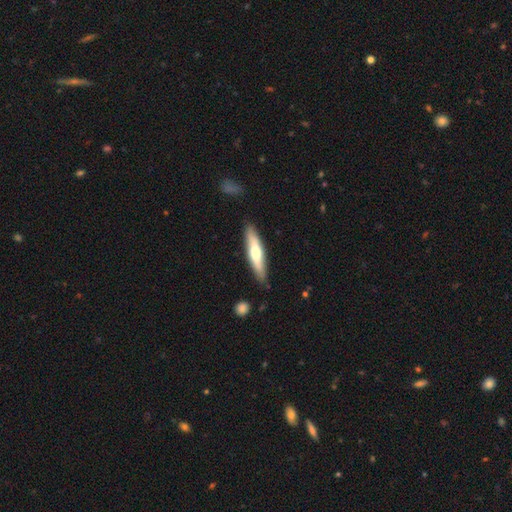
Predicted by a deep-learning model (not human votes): Smooth or featured? smooth (56%)
How rounded? cigar-shaped (80%)
Merging? none (86%)